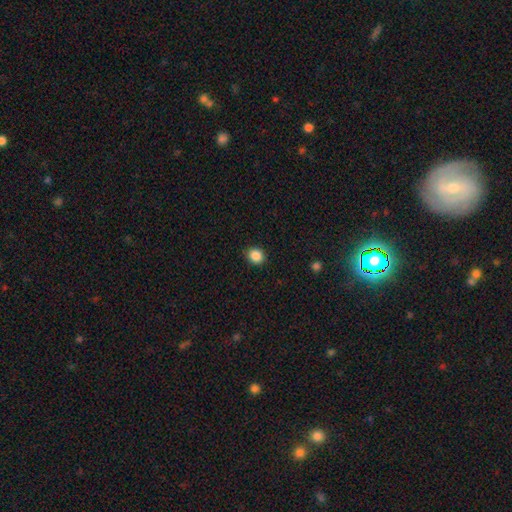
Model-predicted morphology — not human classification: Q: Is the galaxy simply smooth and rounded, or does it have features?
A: smooth — 87%.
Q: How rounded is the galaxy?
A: round — 72%.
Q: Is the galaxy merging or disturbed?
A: none — 89%.